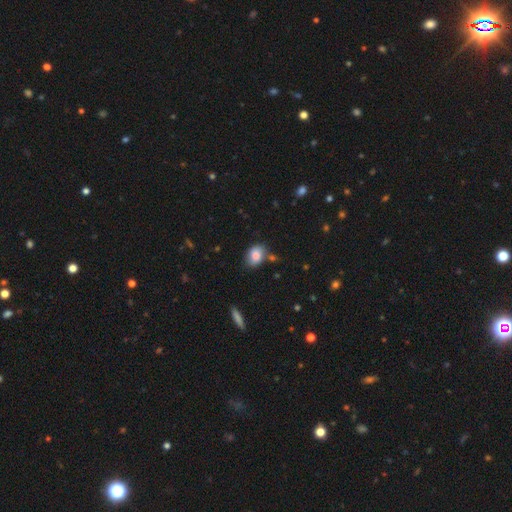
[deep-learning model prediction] smooth 80%, featured or disk 11%, star or artifact 9%. Down the decision tree: how rounded — in between (66%); merging — none (75%).